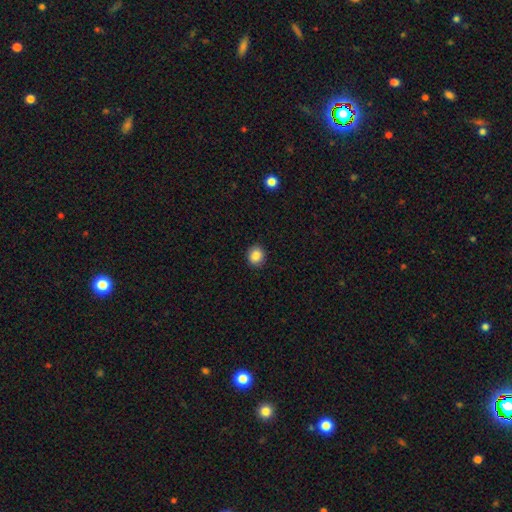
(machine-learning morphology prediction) smooth_or_featured: smooth (p=0.86) [alt: star or artifact p=0.09]
how_rounded: round (p=0.78) [alt: in between p=0.21]
merging: none (p=0.91) [alt: minor disturbance p=0.06]